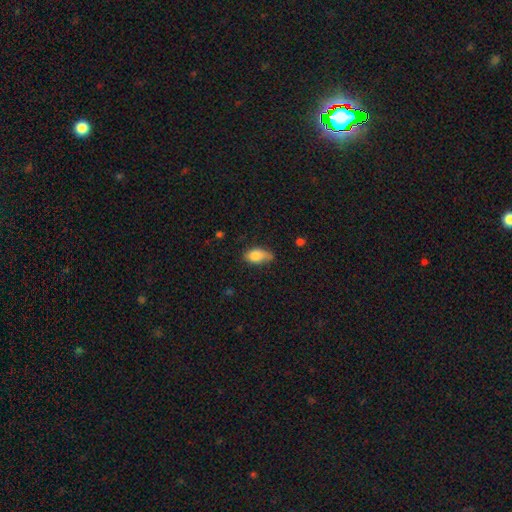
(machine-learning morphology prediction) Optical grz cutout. It shows a smooth galaxy with no disk features (80%) that is in between round and cigar-shaped (88%). Merging: none (45%).